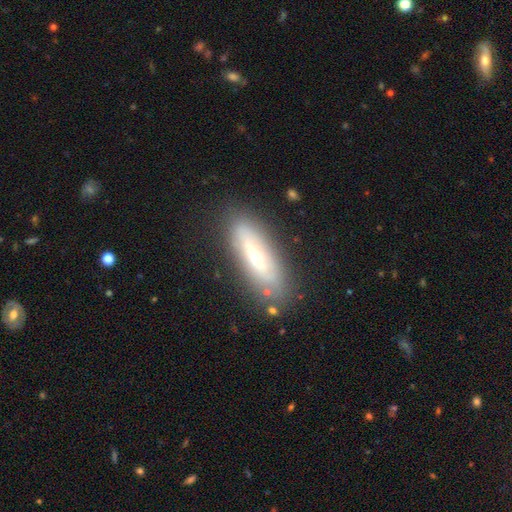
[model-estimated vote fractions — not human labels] The model was most divided on "smooth or featured": smooth: 48%, featured or disk: 44%, star or artifact: 8%. More confident: merging — none (80%).